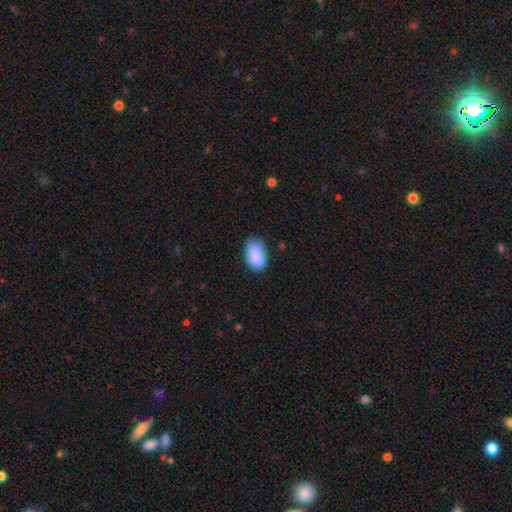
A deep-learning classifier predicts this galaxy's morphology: Smooth or featured? smooth (86%)
How rounded? in between (90%)
Merging? none (60%)